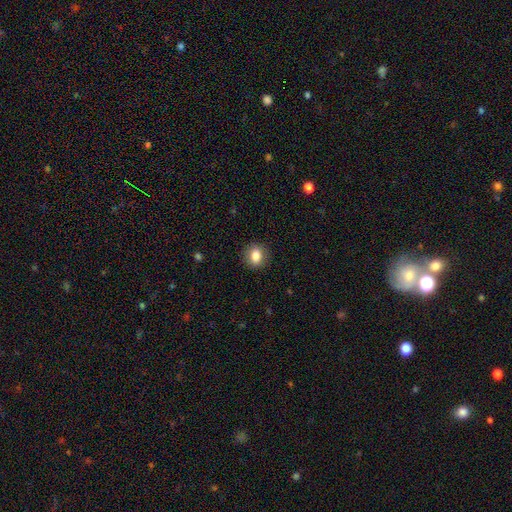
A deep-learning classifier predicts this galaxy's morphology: smooth-or-featured: smooth: 84% | star or artifact: 9% | featured or disk: 7%
  how-rounded: round: 59% | in between: 40% | cigar-shaped: 1%
  merging: none: 88% | minor disturbance: 8% | major disturbance: 3% | merger: 1%